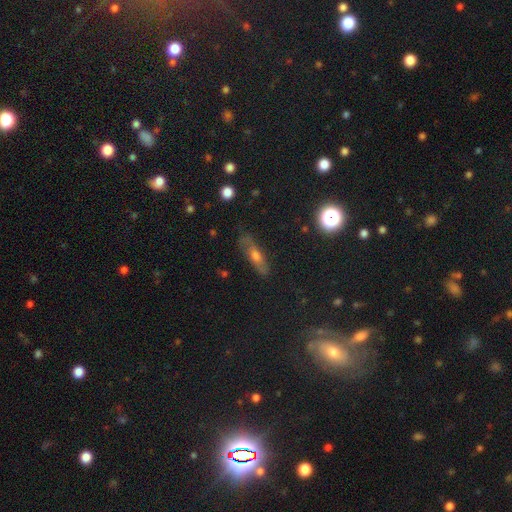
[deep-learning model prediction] Smooth or featured? Predicted: featured or disk (p=0.47). Merging? Predicted: none (p=0.78).